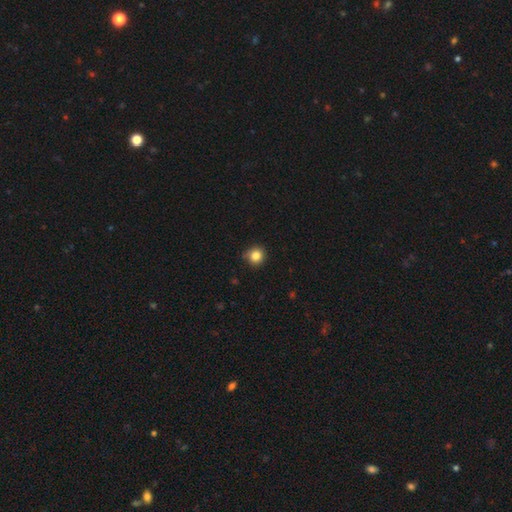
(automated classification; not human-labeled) A smooth galaxy with no disk features (84%) that is round (92%). Merging: none (81%).